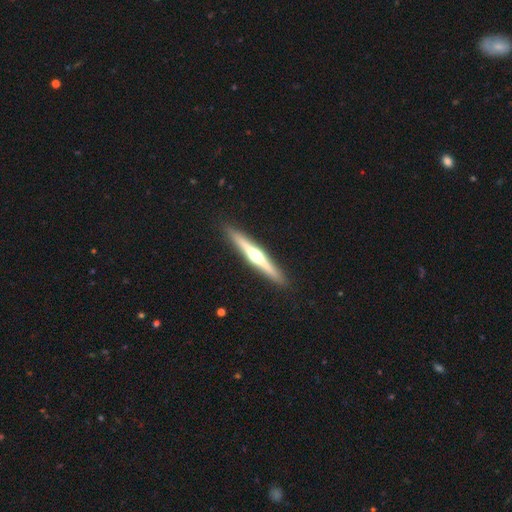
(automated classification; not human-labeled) This is likely a featured or disk galaxy (76%). It is clearly viewed edge-on (98%). Edge-on bulge: clearly rounded (93%). Merging: clearly none (92%).